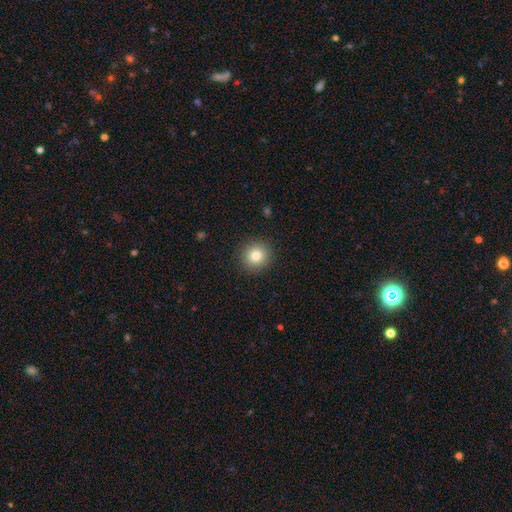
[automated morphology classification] Q: Smooth or featured?
A: smooth (81%); runner-up: star or artifact (11%)
Q: How rounded?
A: round (93%); runner-up: in between (6%)
Q: Merging?
A: none (91%); runner-up: minor disturbance (6%)